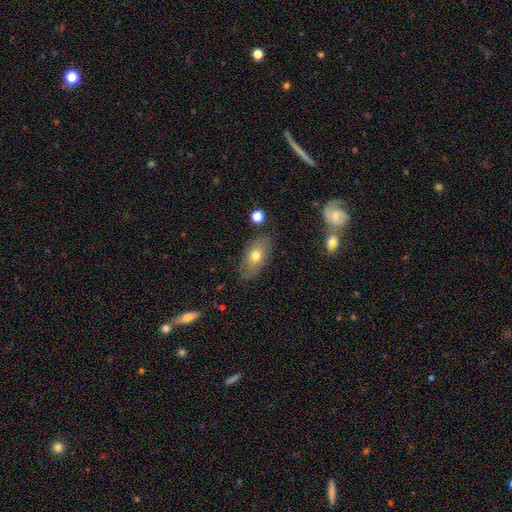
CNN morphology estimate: type=smooth (68%); roundness=in between (89%); merging=none (78%).